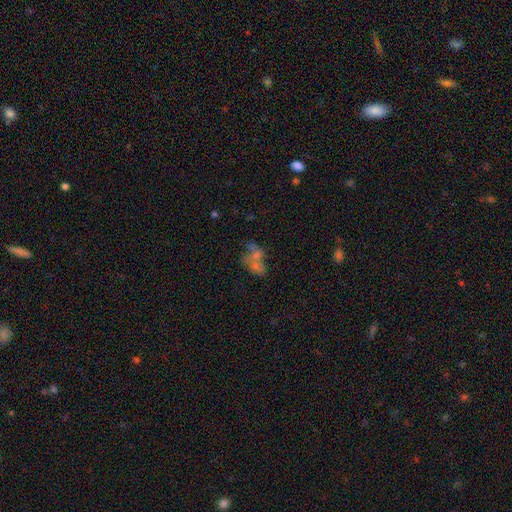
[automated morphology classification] Smooth or featured: smooth — 41% (featured or disk — 33%)
Merging: merger — 44% (none — 32%)